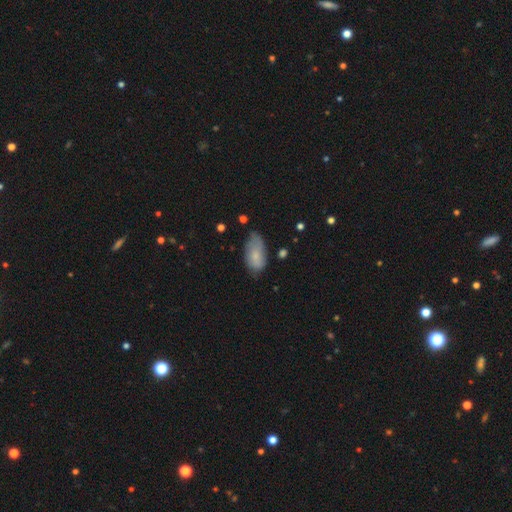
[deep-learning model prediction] Morphology: type=smooth (74%); roundness=in between (93%); merging=none (53%).